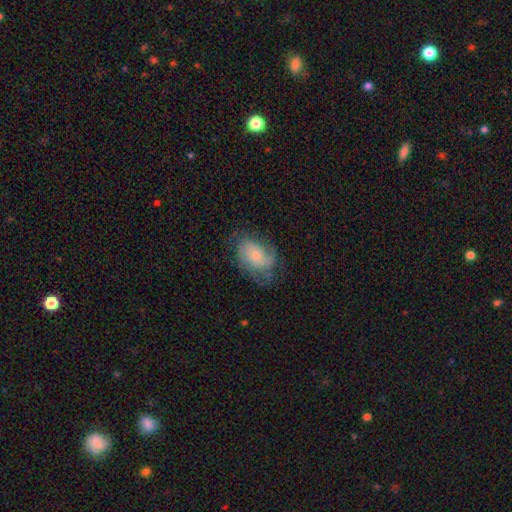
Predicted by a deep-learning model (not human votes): Overall: featured or disk (49%; smooth 43%). Merging: none (55%; minor disturbance 27%).